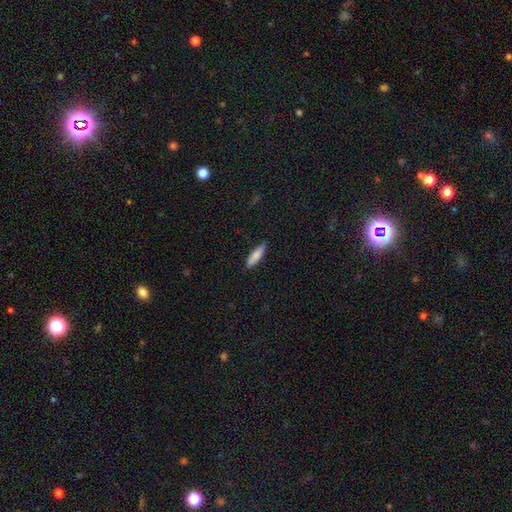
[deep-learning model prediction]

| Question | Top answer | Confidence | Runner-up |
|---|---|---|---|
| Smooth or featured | smooth | 81% | featured or disk (13%) |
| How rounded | cigar-shaped | 68% | in between (31%) |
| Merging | none | 85% | minor disturbance (12%) |